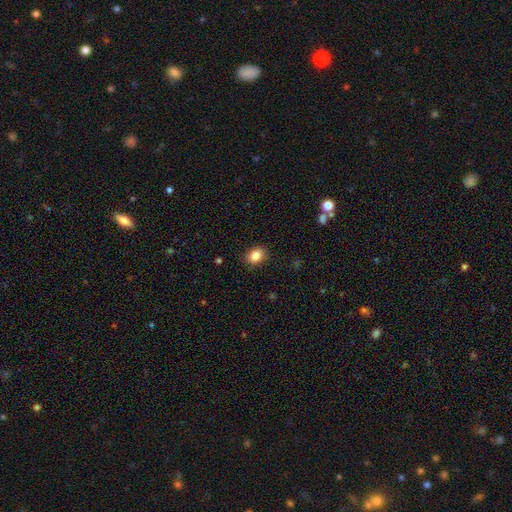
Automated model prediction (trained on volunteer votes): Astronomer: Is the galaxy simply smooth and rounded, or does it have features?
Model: smooth — 85%.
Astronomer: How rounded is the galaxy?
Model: in between — 62% (runner-up: round, 37%).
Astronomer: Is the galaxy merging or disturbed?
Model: none — 88%.